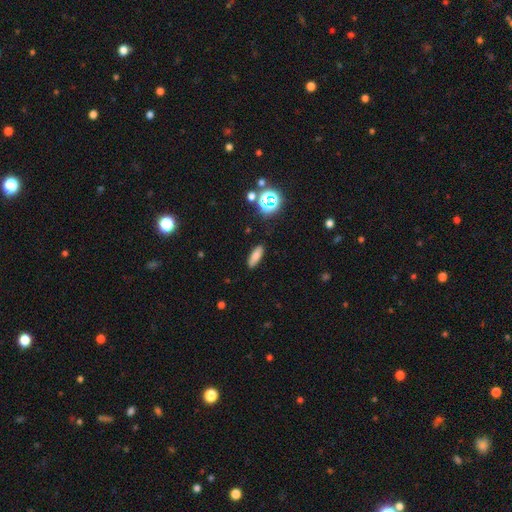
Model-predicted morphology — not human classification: Smooth or featured? Predicted: smooth (p=0.78). How rounded? Predicted: in between (p=0.58). Merging? Predicted: none (p=0.87).